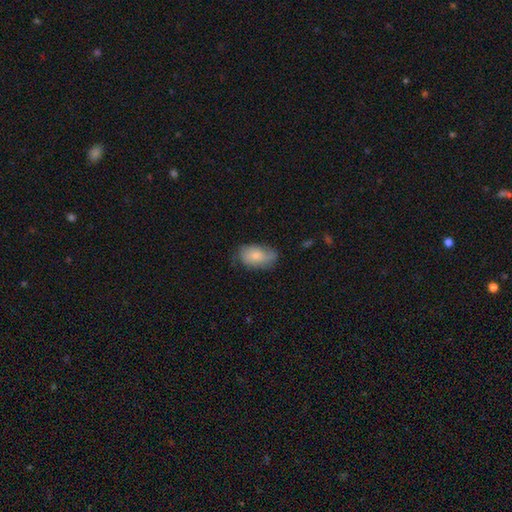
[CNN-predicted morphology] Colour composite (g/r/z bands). It shows a smooth galaxy with no disk features (69%) that is in between round and cigar-shaped (90%). Merging: none (52%).